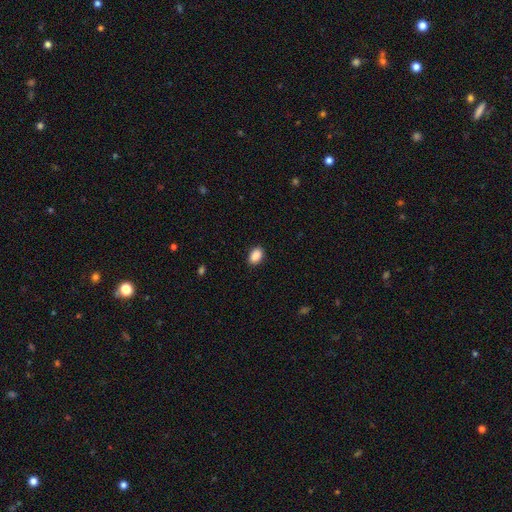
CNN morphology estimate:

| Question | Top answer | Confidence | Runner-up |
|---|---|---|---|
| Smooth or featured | smooth | 89% | star or artifact (8%) |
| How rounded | in between | 85% | round (13%) |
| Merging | none | 88% | minor disturbance (9%) |